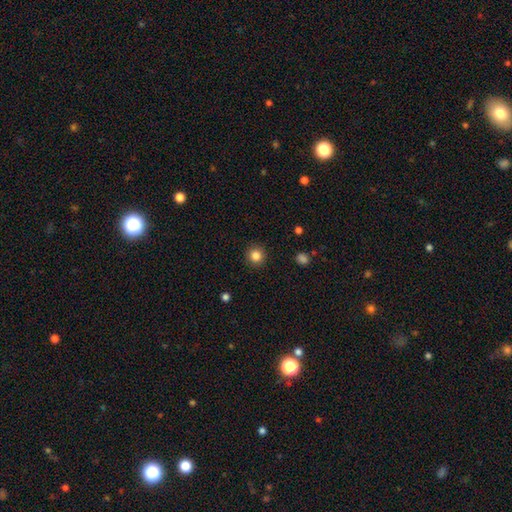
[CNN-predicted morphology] This appears to be a smooth galaxy with no disk features (84%) that is round (94%). Merging: none (91%).